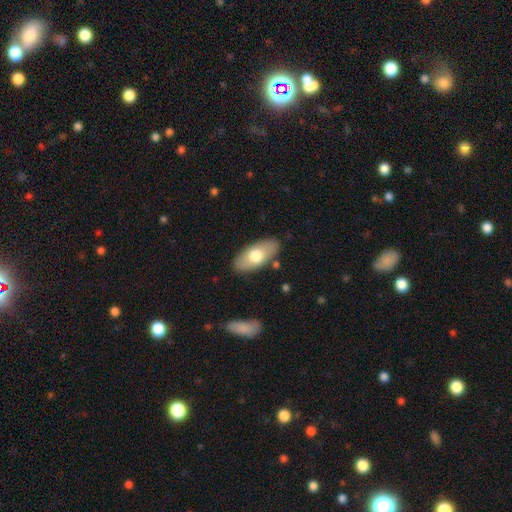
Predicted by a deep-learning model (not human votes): Q: Smooth or featured?
A: smooth (69%); runner-up: featured or disk (26%)
Q: How rounded?
A: in between (90%); runner-up: cigar-shaped (8%)
Q: Merging?
A: none (85%); runner-up: minor disturbance (10%)